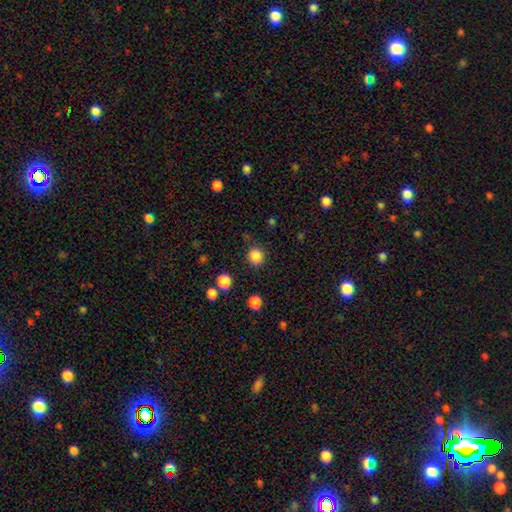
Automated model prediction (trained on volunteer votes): smooth 84%, star or artifact 12%, featured or disk 4%. Down the decision tree: how rounded — round (82%); merging — none (82%).